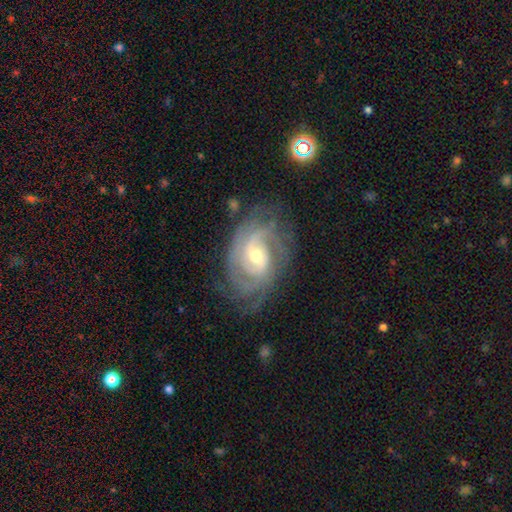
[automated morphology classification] smooth_or_featured: featured or disk (p=0.89) [alt: smooth p=0.06]
disk_edge_on: no (p=0.96) [alt: yes p=0.04]
bar: weak (p=0.48) [alt: no p=0.33]
has_spiral_arms: yes (p=0.97) [alt: no p=0.03]
spiral_winding: tight (p=0.63) [alt: medium p=0.31]
spiral_arm_count: 2 (p=0.28) [alt: 3 p=0.26]
bulge_size: moderate (p=0.57) [alt: small p=0.38]
merging: none (p=0.73) [alt: minor disturbance p=0.18]